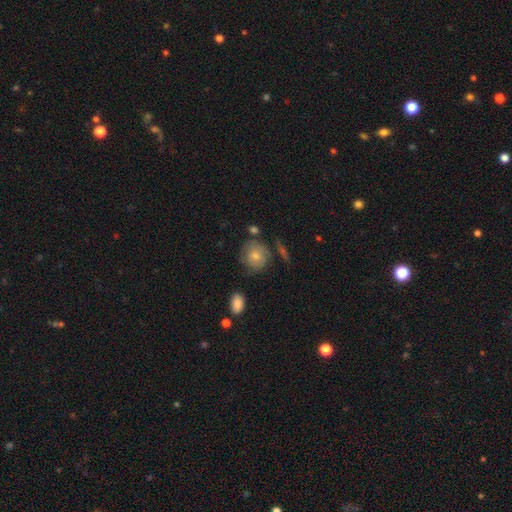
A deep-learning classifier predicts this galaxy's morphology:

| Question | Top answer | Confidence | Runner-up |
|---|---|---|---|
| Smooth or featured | smooth | 68% | featured or disk (25%) |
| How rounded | round | 84% | in between (15%) |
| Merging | none | 64% | minor disturbance (22%) |